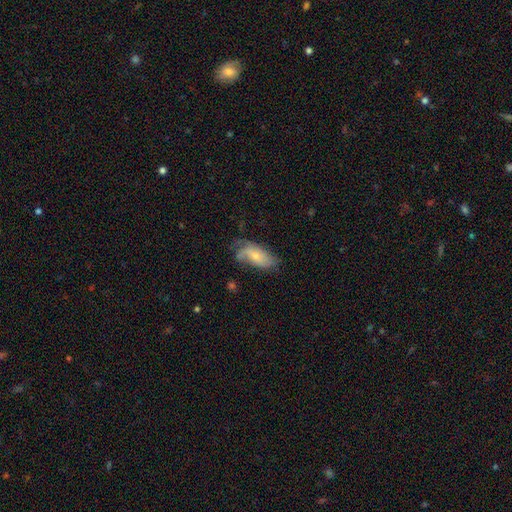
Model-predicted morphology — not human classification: Smooth or featured?
  - featured or disk: 47% *
  - smooth: 46%
  - star or artifact: 7%
Merging?
  - none: 44% *
  - minor disturbance: 33%
  - major disturbance: 20%
  - merger: 3%